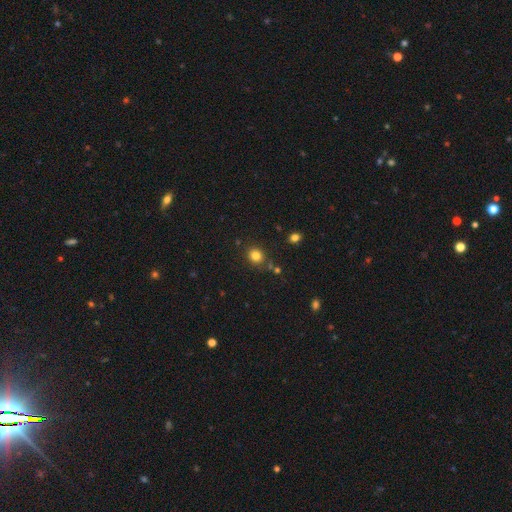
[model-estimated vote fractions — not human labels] Q: Smooth or featured?
A: smooth (81%); runner-up: star or artifact (13%)
Q: How rounded?
A: round (76%); runner-up: in between (23%)
Q: Merging?
A: none (80%); runner-up: minor disturbance (11%)